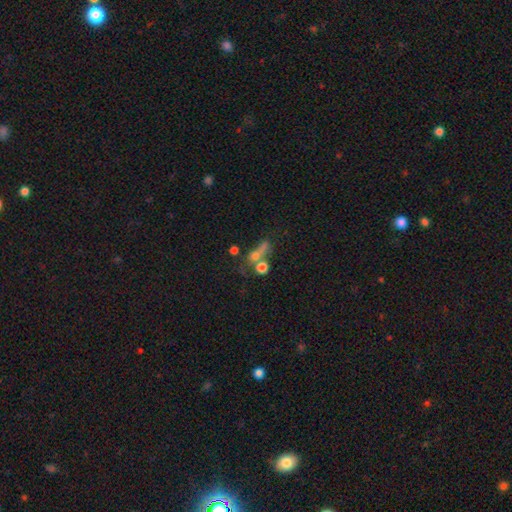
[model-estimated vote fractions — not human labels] smooth_or_featured: smooth (p=0.55) [alt: featured or disk p=0.24]
how_rounded: round (p=0.54) [alt: in between p=0.29]
merging: merger (p=0.37) [alt: none p=0.35]